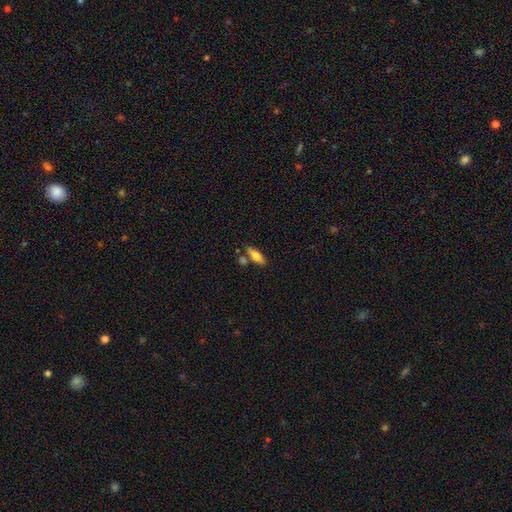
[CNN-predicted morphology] smooth-or-featured: smooth: 71% | featured or disk: 22% | star or artifact: 7%
  how-rounded: in between: 56% | cigar-shaped: 41% | round: 3%
  merging: none: 70% | merger: 15% | minor disturbance: 12% | major disturbance: 3%